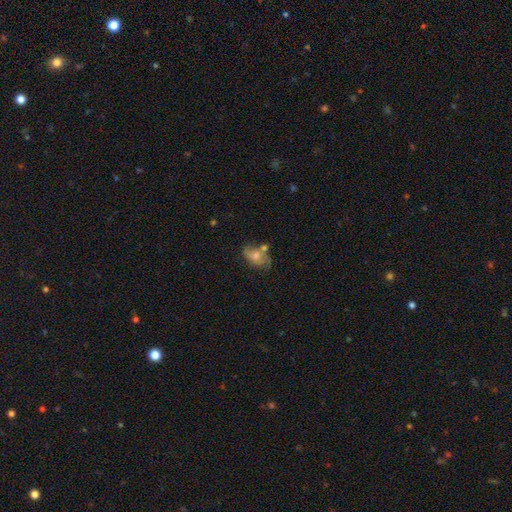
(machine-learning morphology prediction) Q: Smooth or featured?
A: smooth (45%); runner-up: featured or disk (42%)
Q: Merging?
A: none (51%); runner-up: minor disturbance (22%)